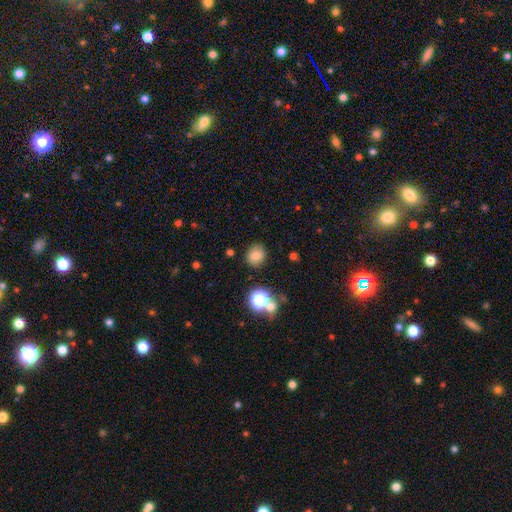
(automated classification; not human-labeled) Smooth or featured: smooth — 78% (star or artifact — 15%)
How rounded: round — 75% (in between — 24%)
Merging: none — 83% (minor disturbance — 10%)